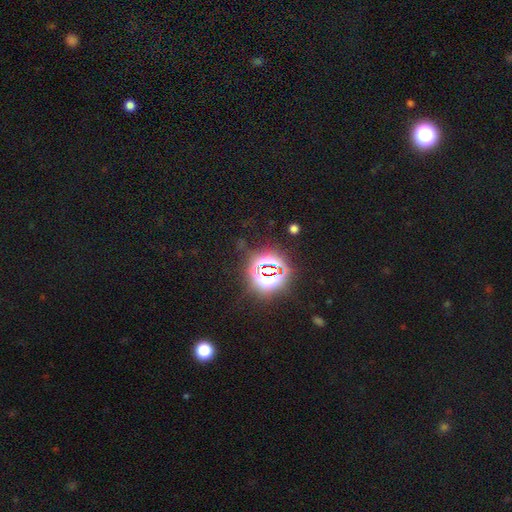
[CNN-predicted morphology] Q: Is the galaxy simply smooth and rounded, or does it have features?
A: star or artifact — 80%.